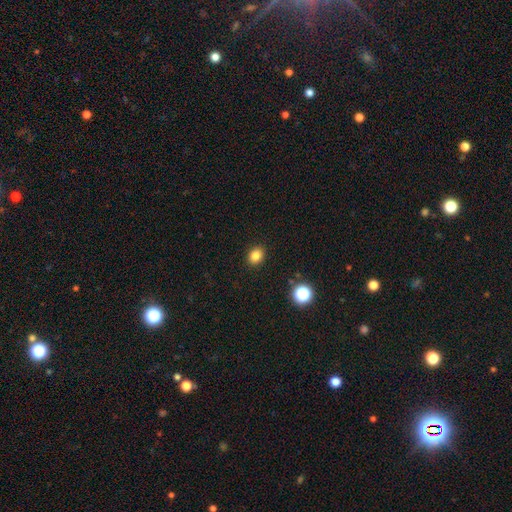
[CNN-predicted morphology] This appears to be a smooth galaxy with no disk features (83%) that is round (51%). Merging: none (91%).